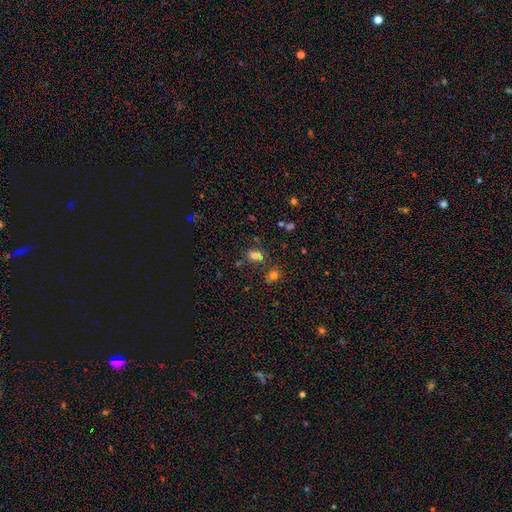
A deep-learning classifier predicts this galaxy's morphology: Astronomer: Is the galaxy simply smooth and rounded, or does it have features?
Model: smooth — 74%.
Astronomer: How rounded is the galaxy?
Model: in between — 71%.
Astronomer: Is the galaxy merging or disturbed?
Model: none — 60%.